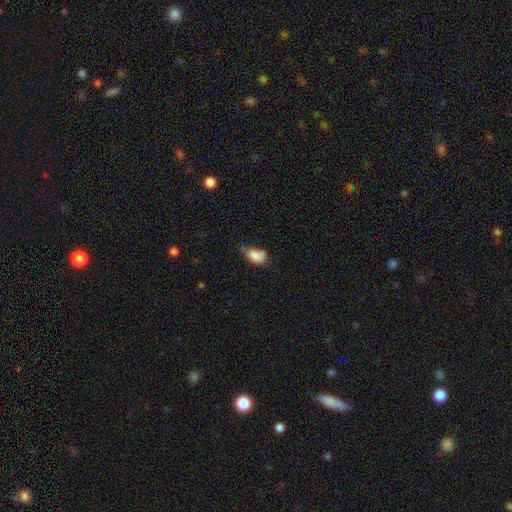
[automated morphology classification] Smooth or featured? smooth (80%)
How rounded? in between (87%)
Merging? minor disturbance (38%)